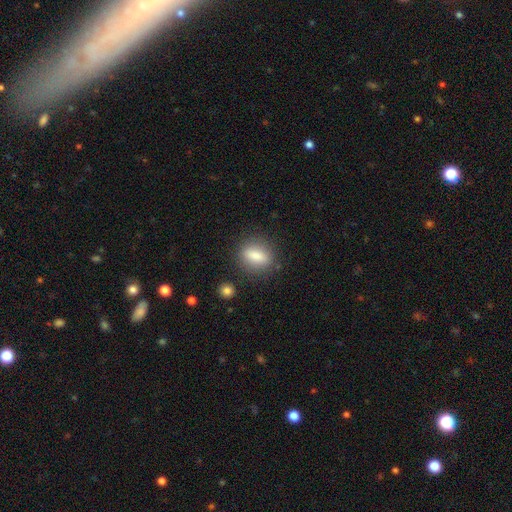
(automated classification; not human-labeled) smooth 78%, featured or disk 14%, star or artifact 8%. Down the decision tree: how rounded — in between (63%); merging — none (83%).